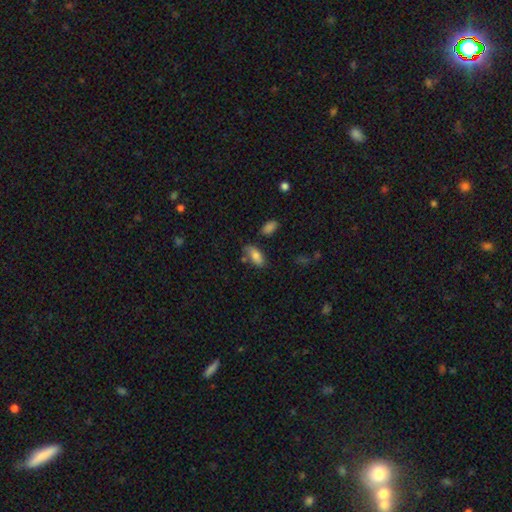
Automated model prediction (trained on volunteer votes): Smooth or featured?
  - smooth: 79% *
  - featured or disk: 13%
  - star or artifact: 8%
How rounded?
  - in between: 87% *
  - cigar-shaped: 10%
  - round: 3%
Merging?
  - none: 61% *
  - minor disturbance: 23%
  - merger: 9%
  - major disturbance: 7%